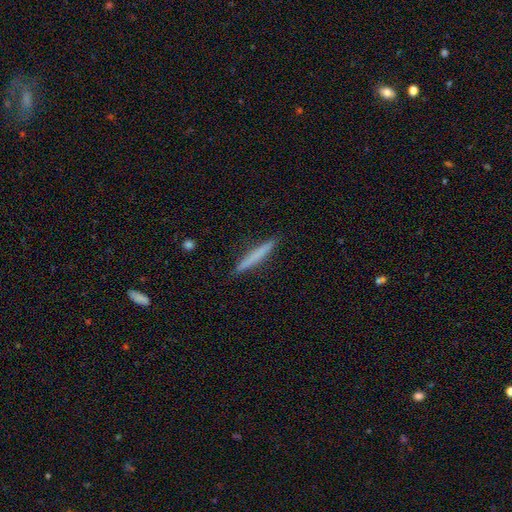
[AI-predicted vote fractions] A smooth galaxy with no disk features (67%) that is cigar-shaped (96%).

Vote fractions:
- Smooth or featured? smooth: 67% / featured or disk: 27% / star or artifact: 6%
- How rounded? cigar-shaped: 96% / in between: 3% / round: 1%
- Merging? none: 91% / minor disturbance: 6% / major disturbance: 1% / merger: 1%